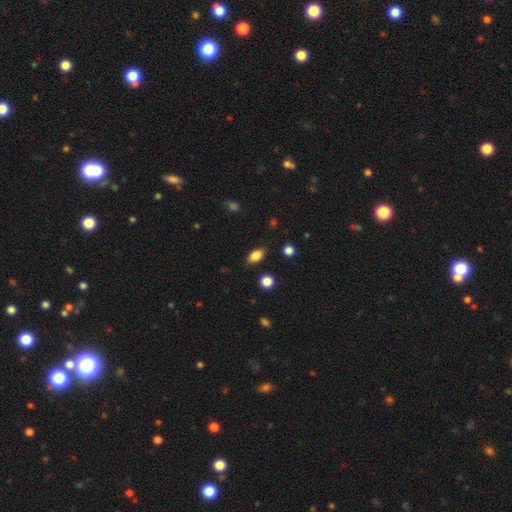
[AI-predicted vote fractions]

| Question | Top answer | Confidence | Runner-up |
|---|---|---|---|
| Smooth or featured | smooth | 83% | star or artifact (9%) |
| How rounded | in between | 86% | round (9%) |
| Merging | none | 83% | minor disturbance (12%) |